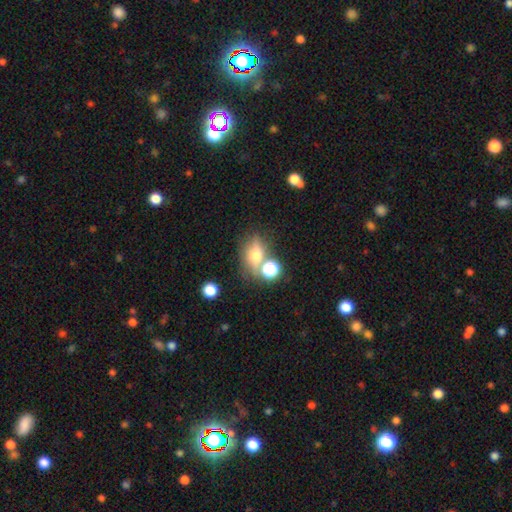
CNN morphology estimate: Smooth or featured? Predicted: smooth (p=0.62). How rounded? Predicted: in between (p=0.62). Merging? Predicted: none (p=0.53).